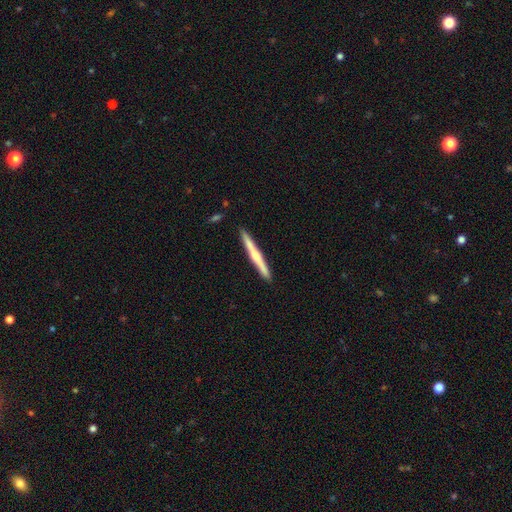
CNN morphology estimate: Smooth or featured: featured or disk — 57% (smooth — 37%)
Edge-on disk: yes — 98% (no — 2%)
Edge-on bulge: rounded — 65% (none — 26%)
Merging: none — 91% (minor disturbance — 6%)